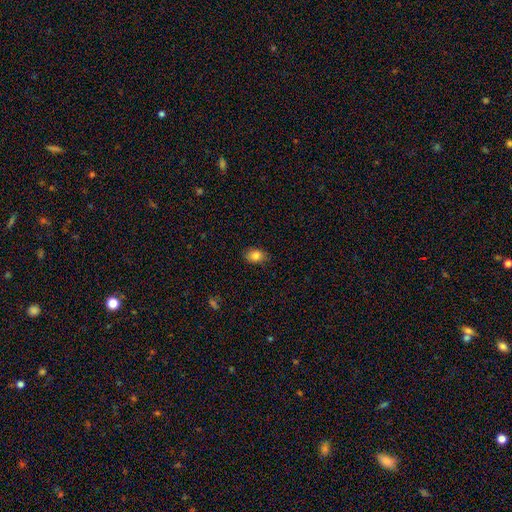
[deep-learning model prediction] This is clearly a smooth galaxy (83%). How rounded: likely in between (73%). Merging: clearly none (84%).